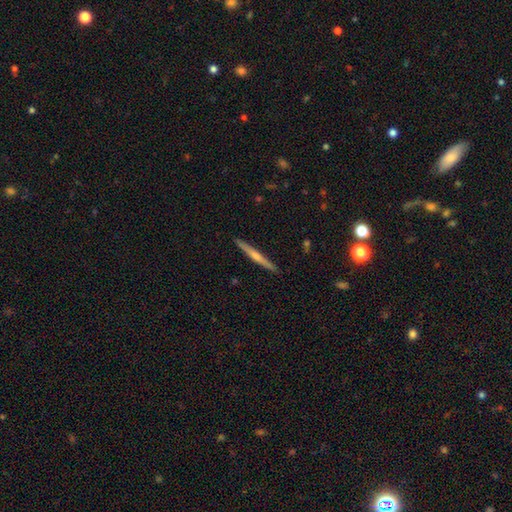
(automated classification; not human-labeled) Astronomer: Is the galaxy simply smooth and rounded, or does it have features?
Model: featured or disk — 69%.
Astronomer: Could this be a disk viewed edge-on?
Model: yes — 97%.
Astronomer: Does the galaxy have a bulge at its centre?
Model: rounded — 77%.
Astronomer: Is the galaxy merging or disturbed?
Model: none — 90%.